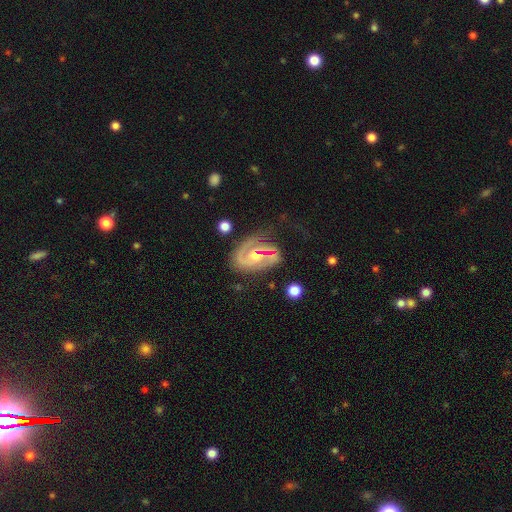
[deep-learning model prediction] Morphology: type=featured or disk (86%); edge-on=no (97%); bar=no (43%); spiral arms=yes (96%); winding=medium (45%); arm count=2 (70%); bulge=moderate (61%); merging=none (58%).